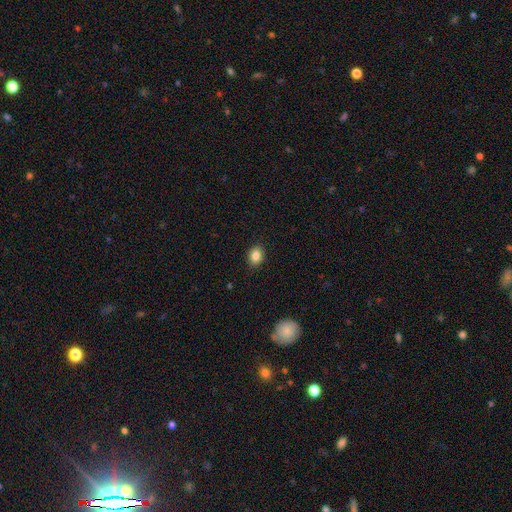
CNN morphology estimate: Smooth or featured? smooth (85%)
How rounded? in between (61%)
Merging? none (89%)